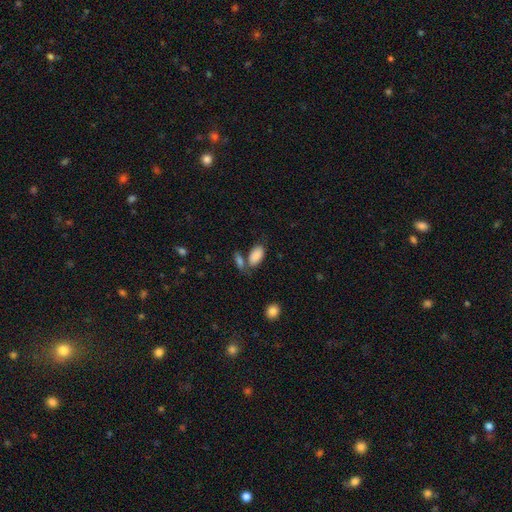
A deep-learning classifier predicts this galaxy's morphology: This is clearly a smooth galaxy (87%). How rounded: clearly in between (94%). Merging: possibly none (53%).